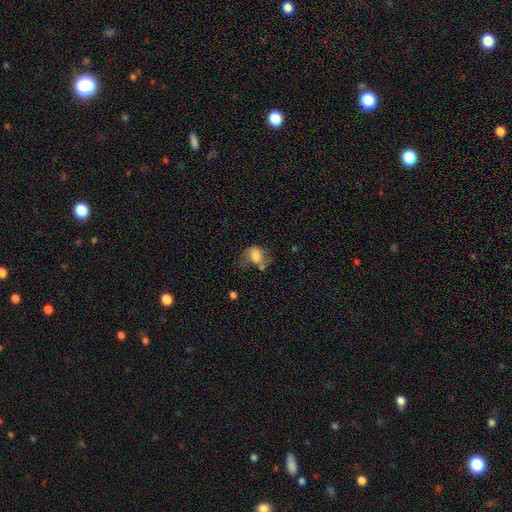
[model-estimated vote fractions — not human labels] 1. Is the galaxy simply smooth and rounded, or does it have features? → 63% smooth, 27% featured or disk, 10% star or artifact.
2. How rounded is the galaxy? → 66% in between, 33% round, 2% cigar-shaped.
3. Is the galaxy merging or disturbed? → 36% none, 27% minor disturbance, 22% major disturbance, 15% merger.